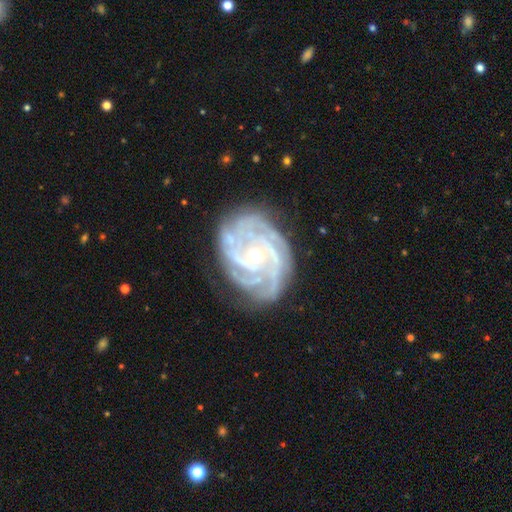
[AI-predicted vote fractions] This appears to be a featured or disk galaxy (91%) with no bar (68%), 3 (27%) tight (71%) spiral arms (98%) and a moderate central bulge (54%). Merging: none (75%).